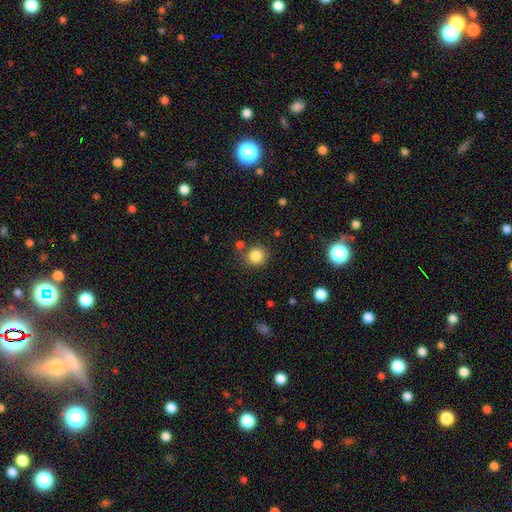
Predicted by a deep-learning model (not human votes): Overall: smooth (84%). How rounded: round (90%). Merging: none (80%).